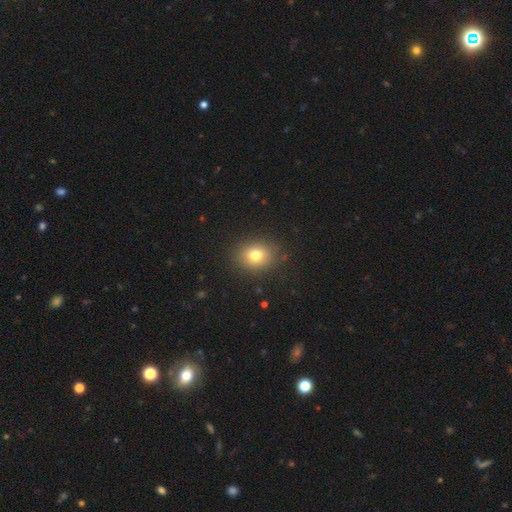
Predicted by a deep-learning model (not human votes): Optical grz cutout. It shows a smooth galaxy with no disk features (76%) that is round (62%). Merging: none (87%).